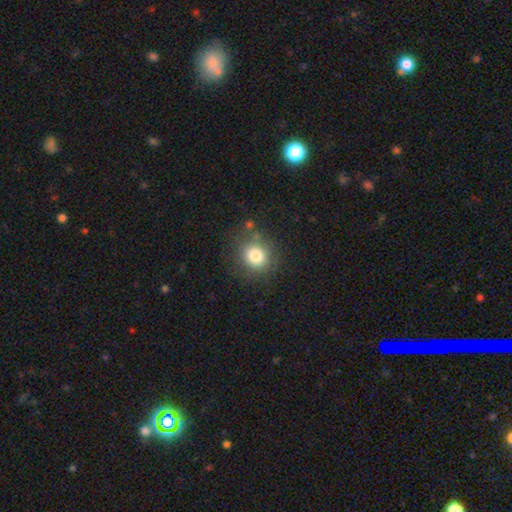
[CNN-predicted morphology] This appears to be a smooth galaxy with no disk features (80%) that is round (82%). Merging: none (80%).